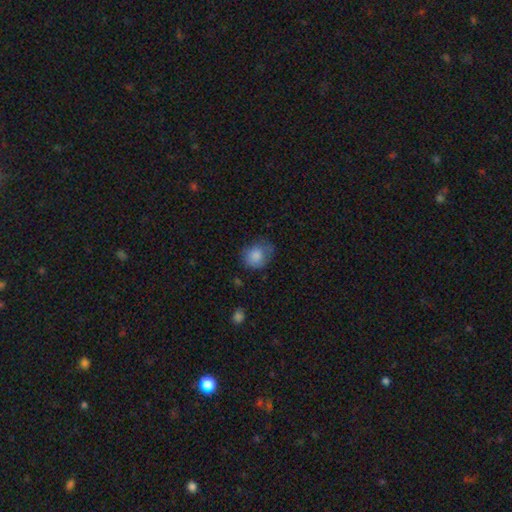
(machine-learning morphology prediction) The model was most divided on "merging": none: 55%, minor disturbance: 30%, major disturbance: 13%, merger: 2%. More confident: smooth or featured — smooth (82%); how rounded — round (68%).